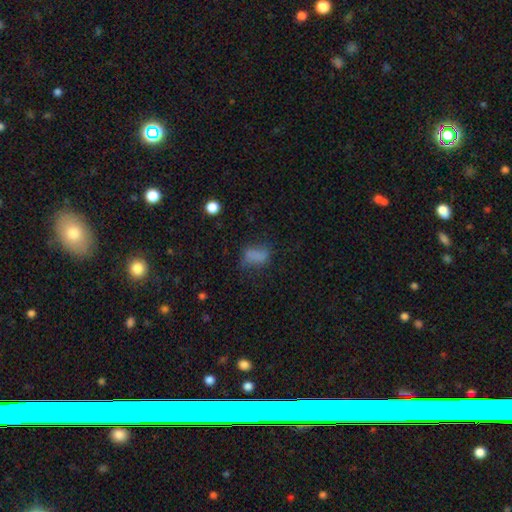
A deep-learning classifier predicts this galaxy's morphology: type=smooth (72%); roundness=in between (82%); merging=none (54%).